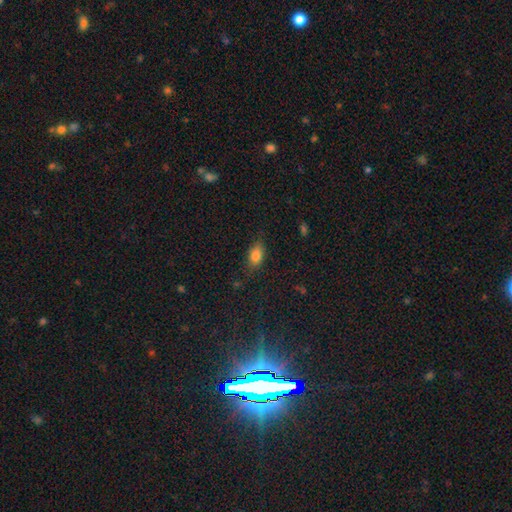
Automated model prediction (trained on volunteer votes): The model was most divided on "merging": none: 79%, minor disturbance: 16%, major disturbance: 4%, merger: 1%. More confident: how rounded — in between (86%); smooth or featured — smooth (83%).